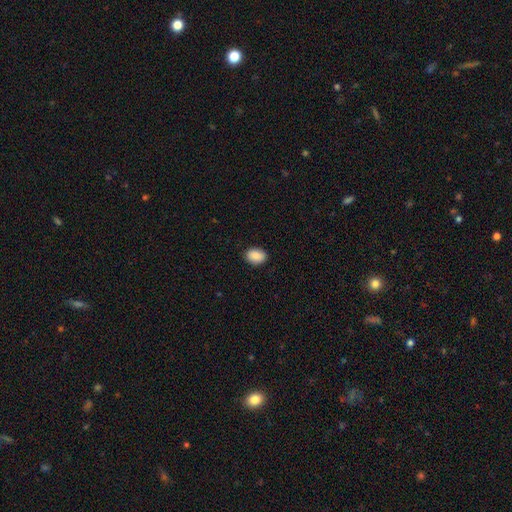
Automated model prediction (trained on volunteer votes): smooth 89%, star or artifact 7%, featured or disk 4%. Down the decision tree: how rounded — in between (77%); merging — none (89%).